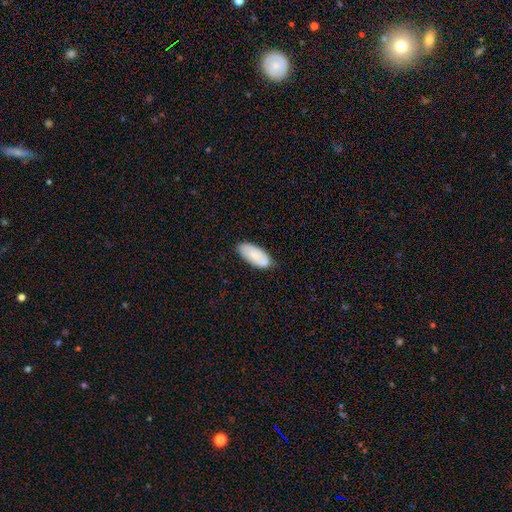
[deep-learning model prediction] A smooth galaxy with no disk features (80%) that is in between round and cigar-shaped (90%).

Vote fractions:
- Smooth or featured? smooth: 80% / featured or disk: 14% / star or artifact: 6%
- How rounded? in between: 90% / cigar-shaped: 9% / round: 2%
- Merging? none: 78% / minor disturbance: 17% / major disturbance: 3% / merger: 2%